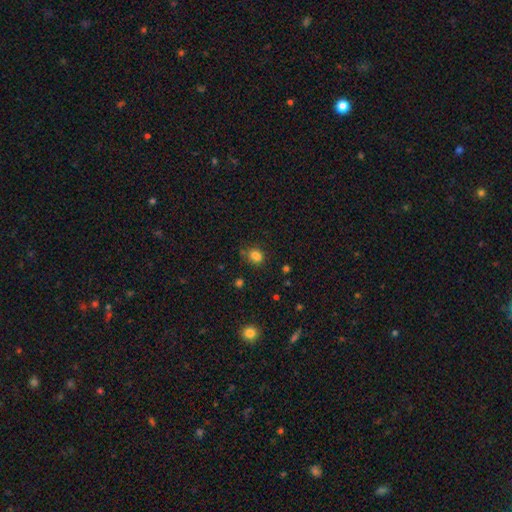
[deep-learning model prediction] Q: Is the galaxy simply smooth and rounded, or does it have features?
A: smooth — 79%.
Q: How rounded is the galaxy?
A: round — 55%.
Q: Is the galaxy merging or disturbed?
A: none — 64%.